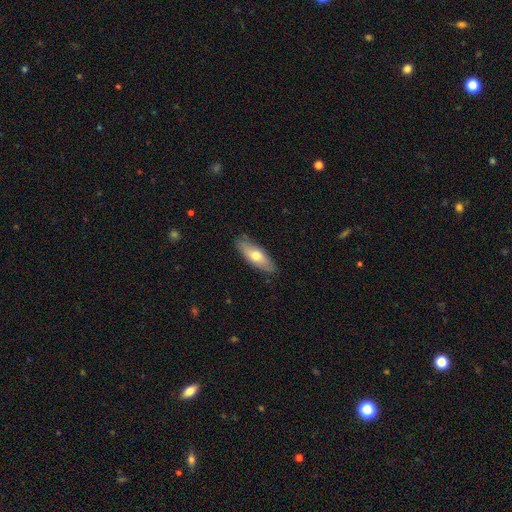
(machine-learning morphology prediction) Smooth or featured? Predicted: smooth (p=0.62). How rounded? Predicted: in between (p=0.65). Merging? Predicted: none (p=0.84).